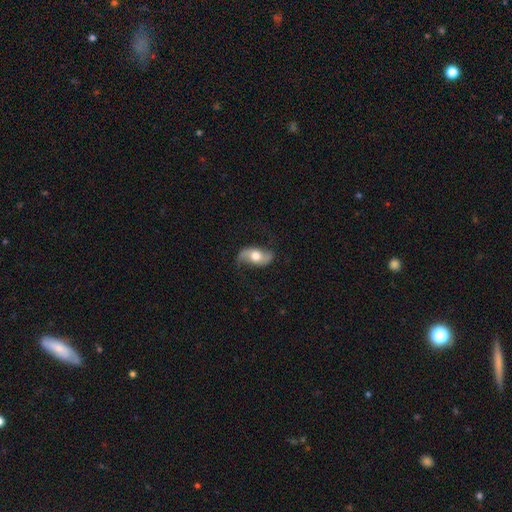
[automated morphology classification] This appears to be a featured or disk galaxy (66%) with no bar (65%), 2 (91%) loose (77%) spiral arms (88%) and a moderate central bulge (67%). Merging: none (70%).